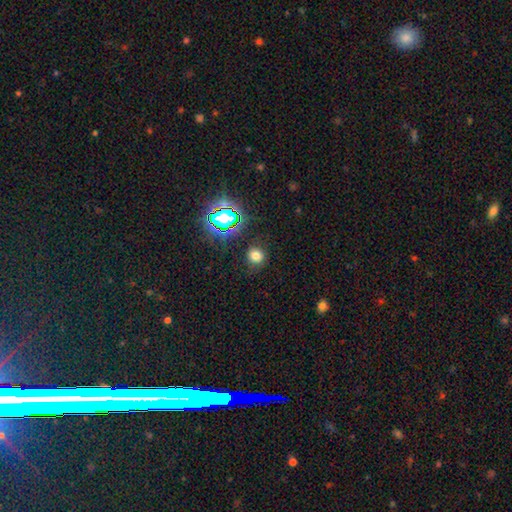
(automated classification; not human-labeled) smooth-or-featured: smooth: 71% | star or artifact: 22% | featured or disk: 8%
  how-rounded: round: 85% | in between: 14% | cigar-shaped: 1%
  merging: none: 84% | minor disturbance: 10% | major disturbance: 4% | merger: 2%